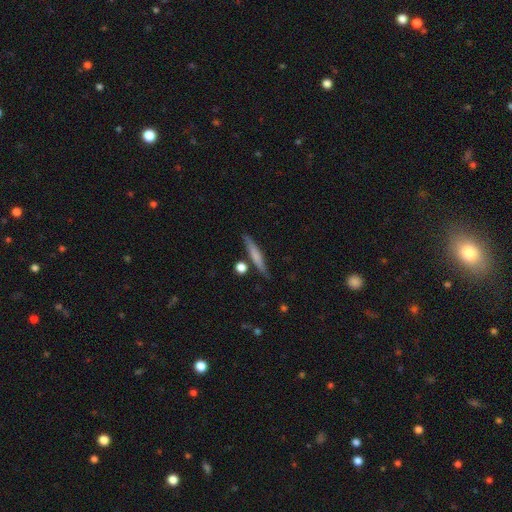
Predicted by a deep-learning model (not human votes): This appears to be a smooth galaxy with no disk features (56%) that is cigar-shaped (91%). Merging: none (81%).